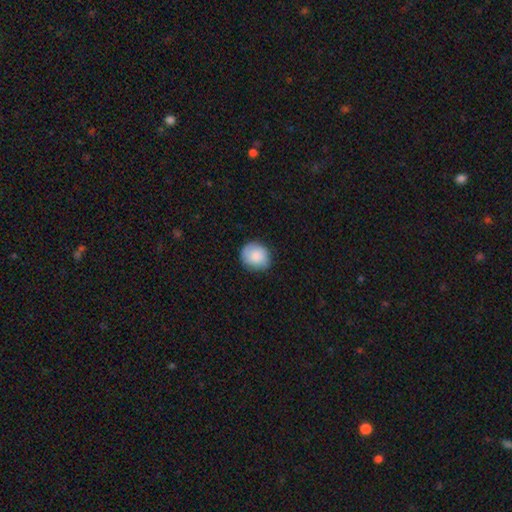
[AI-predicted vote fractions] Smooth or featured? Predicted: smooth (p=0.87). How rounded? Predicted: round (p=0.78). Merging? Predicted: none (p=0.84).